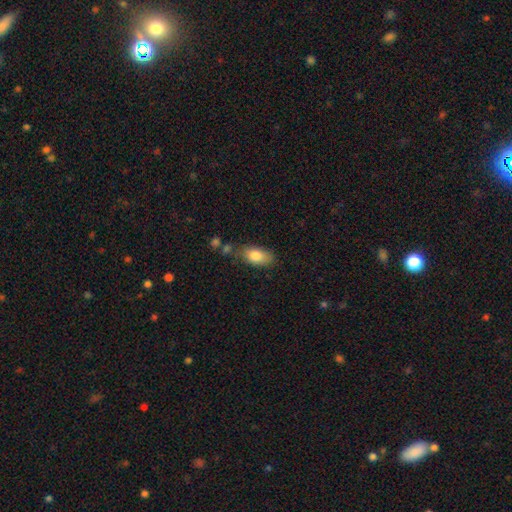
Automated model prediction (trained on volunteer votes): This appears to be a smooth galaxy with no disk features (82%) that is in between round and cigar-shaped (90%). Merging: none (70%).